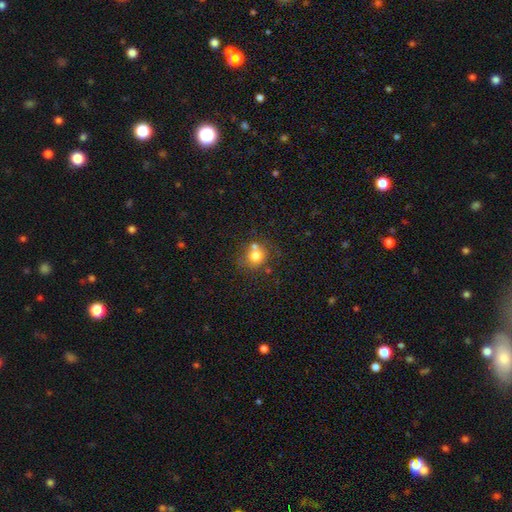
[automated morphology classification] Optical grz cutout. It shows a smooth galaxy with no disk features (74%) that is round (81%). Merging: none (55%).